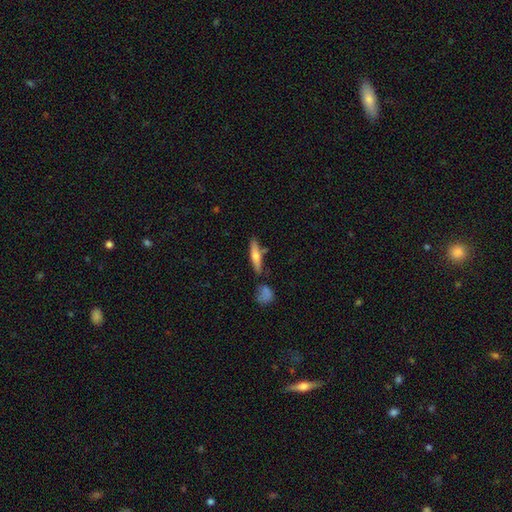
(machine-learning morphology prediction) Overall: smooth (56%; featured or disk 37%). How rounded: cigar-shaped (78%). Merging: none (72%).